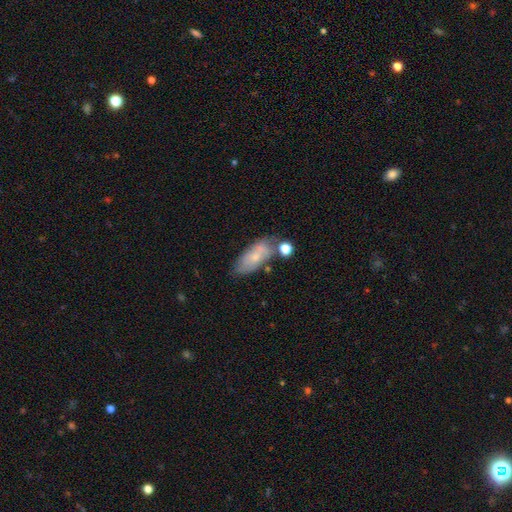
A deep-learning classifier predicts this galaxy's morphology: Smooth or featured? Predicted: smooth (p=0.63). How rounded? Predicted: in between (p=0.82). Merging? Predicted: none (p=0.56).